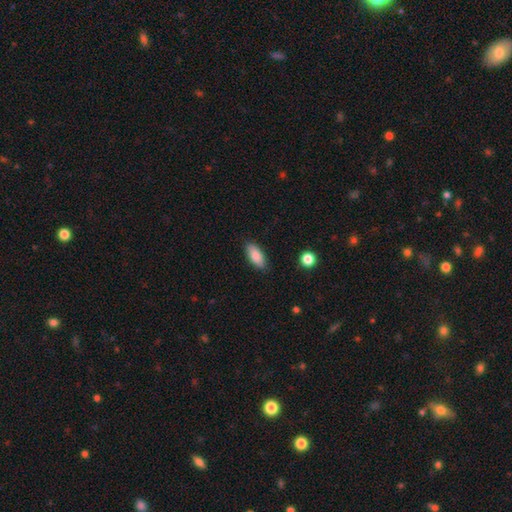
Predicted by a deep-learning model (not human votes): smooth 86%, featured or disk 8%, star or artifact 7%. Down the decision tree: how rounded — in between (83%); merging — none (86%).